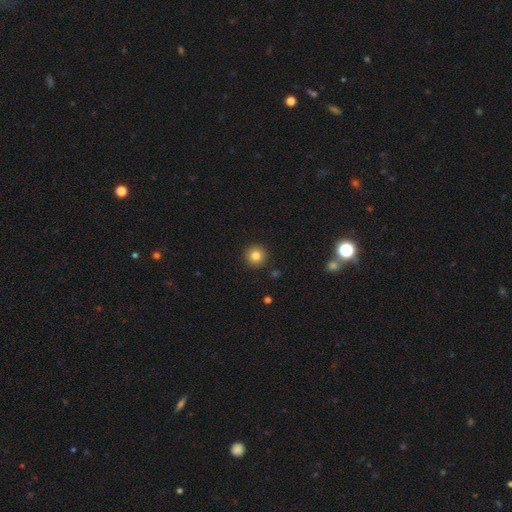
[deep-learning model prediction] Overall: smooth (83%). How rounded: round (95%). Merging: none (91%).